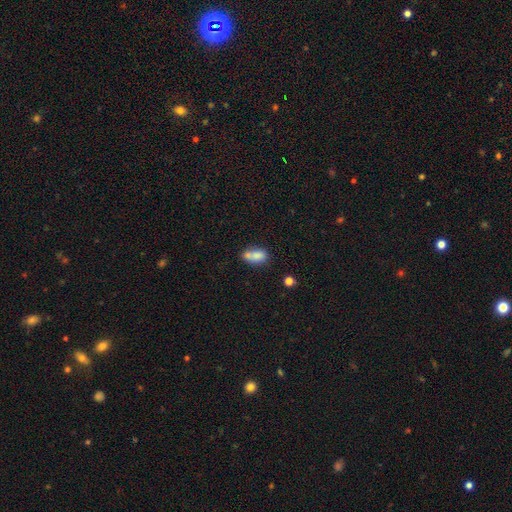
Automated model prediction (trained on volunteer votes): Smooth or featured? smooth (77%)
How rounded? in between (83%)
Merging? merger (40%)